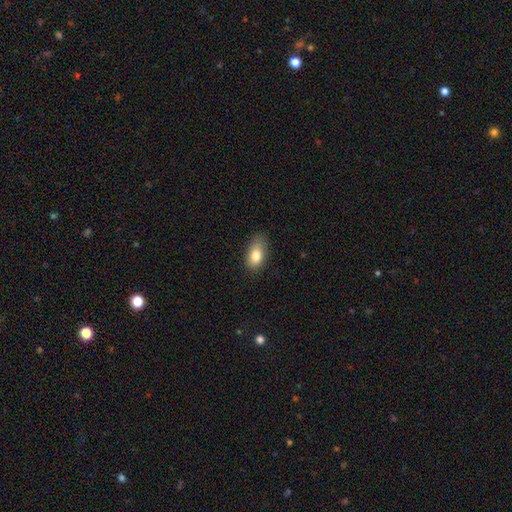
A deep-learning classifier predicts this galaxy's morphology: smooth_or_featured: smooth (p=0.79) [alt: featured or disk p=0.13]
how_rounded: in between (p=0.89) [alt: round p=0.07]
merging: none (p=0.67) [alt: minor disturbance p=0.26]